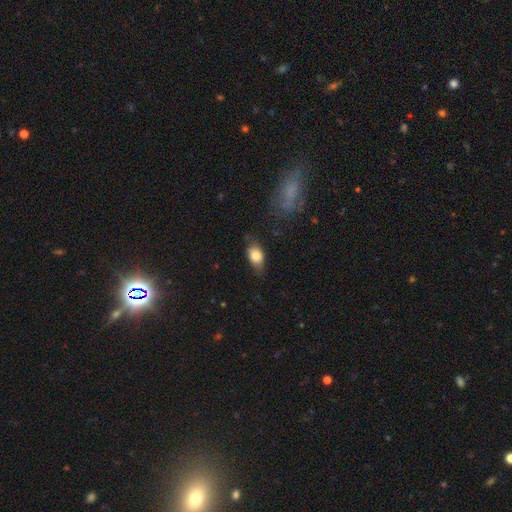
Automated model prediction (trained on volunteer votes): smooth_or_featured: smooth (p=0.82) [alt: featured or disk p=0.11]
how_rounded: in between (p=0.83) [alt: round p=0.13]
merging: none (p=0.65) [alt: minor disturbance p=0.26]